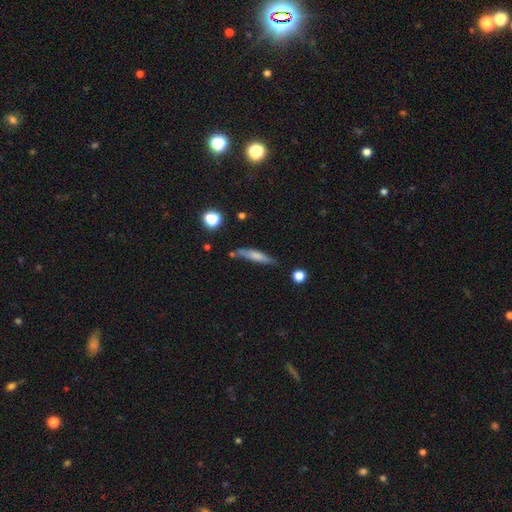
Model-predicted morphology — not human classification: smooth-or-featured: smooth: 65% | featured or disk: 27% | star or artifact: 7%
  how-rounded: cigar-shaped: 84% | in between: 14% | round: 2%
  merging: none: 72% | minor disturbance: 18% | merger: 6% | major disturbance: 4%